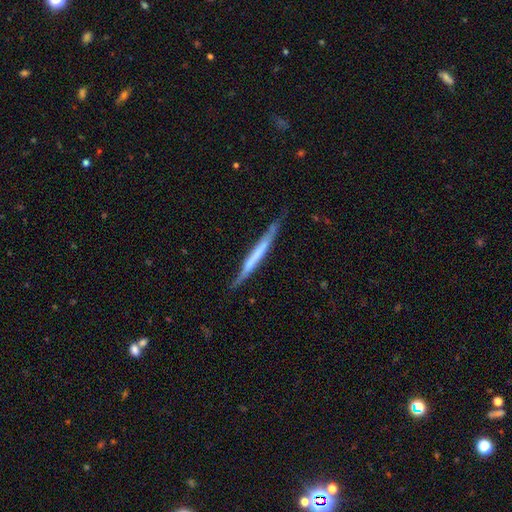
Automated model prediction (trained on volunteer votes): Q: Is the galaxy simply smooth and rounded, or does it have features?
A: featured or disk — 57%.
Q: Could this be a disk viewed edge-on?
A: yes — 94%.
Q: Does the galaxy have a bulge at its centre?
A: none — 76%.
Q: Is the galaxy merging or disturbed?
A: none — 74%.